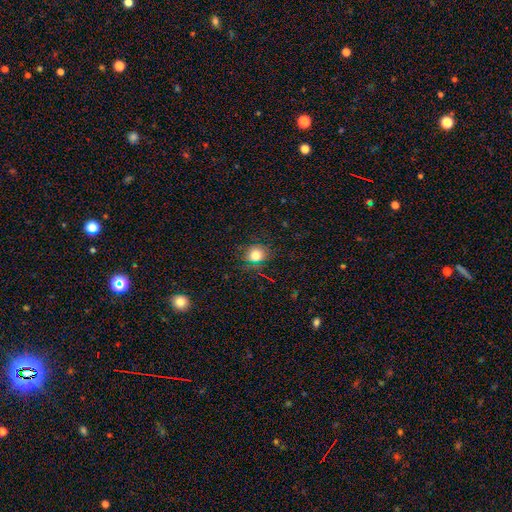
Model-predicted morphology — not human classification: A smooth galaxy with no disk features (74%) that is round (82%).

Vote fractions:
- Smooth or featured? smooth: 74% / star or artifact: 18% / featured or disk: 8%
- How rounded? round: 82% / in between: 17% / cigar-shaped: 1%
- Merging? none: 83% / minor disturbance: 11% / major disturbance: 4% / merger: 2%